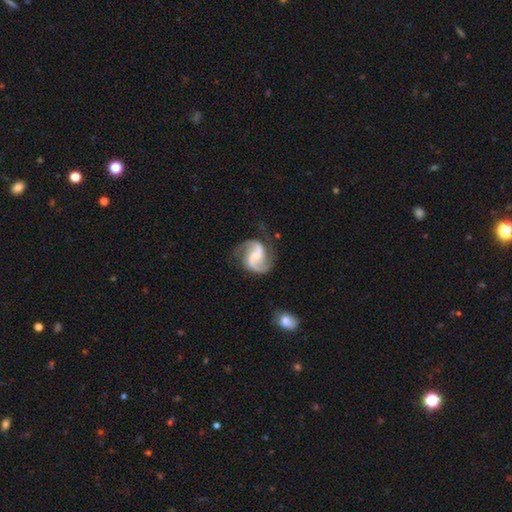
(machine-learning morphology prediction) Smooth or featured? featured or disk (92%)
Edge-on disk? no (98%)
Bar? weak (46%)
Spiral arms? yes (98%)
Spiral winding? medium (59%)
Spiral arm count? 2 (90%)
Bulge size? moderate (52%)
Merging? none (73%)